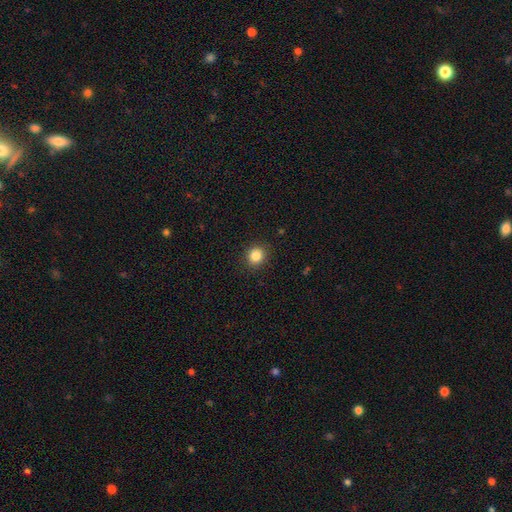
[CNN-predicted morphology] smooth-or-featured: smooth: 85% | star or artifact: 11% | featured or disk: 4%
  how-rounded: round: 83% | in between: 16% | cigar-shaped: 1%
  merging: none: 90% | minor disturbance: 7% | major disturbance: 2% | merger: 1%